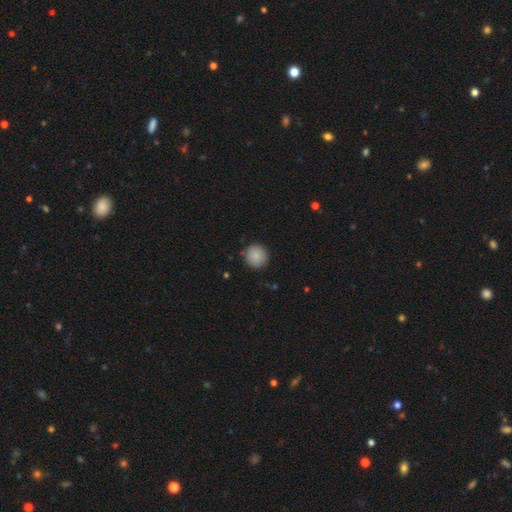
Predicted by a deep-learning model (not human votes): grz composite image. It shows a smooth galaxy with no disk features (88%) that is round (92%). Merging: none (89%).